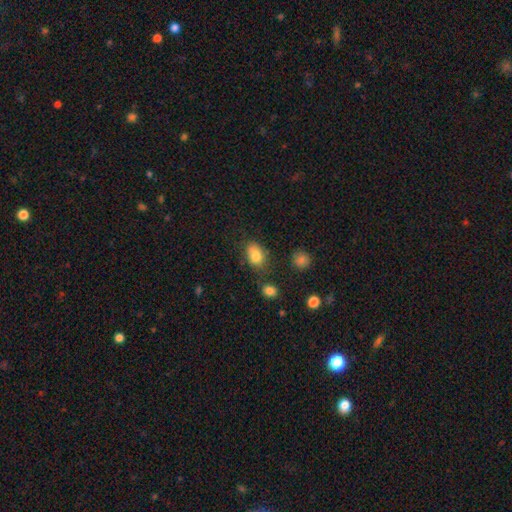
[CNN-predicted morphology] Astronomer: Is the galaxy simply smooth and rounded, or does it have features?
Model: smooth — 82%.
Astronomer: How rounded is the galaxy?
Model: in between — 76%.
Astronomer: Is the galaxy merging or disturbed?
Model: none — 63%.